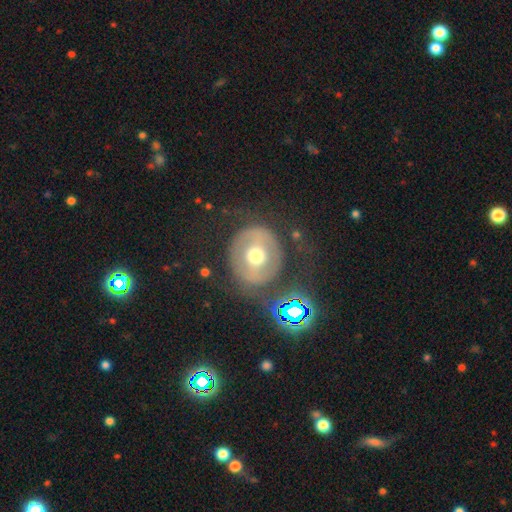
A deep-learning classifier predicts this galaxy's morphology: This is possibly a featured or disk galaxy (52%). It is clearly not viewed edge-on (95%). Merging: likely none (70%).